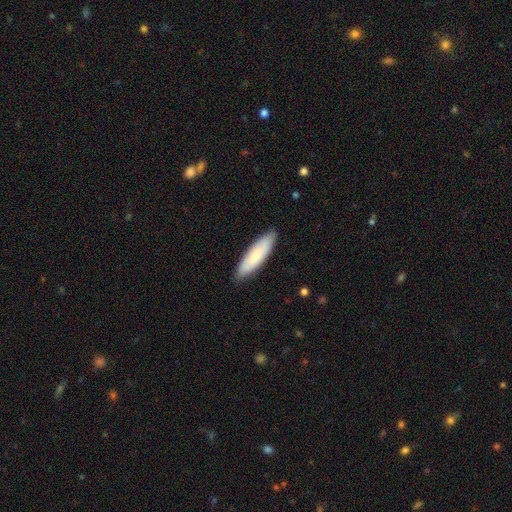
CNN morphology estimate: Q: Smooth or featured?
A: smooth (75%); runner-up: featured or disk (20%)
Q: How rounded?
A: cigar-shaped (57%); runner-up: in between (42%)
Q: Merging?
A: none (87%); runner-up: minor disturbance (11%)